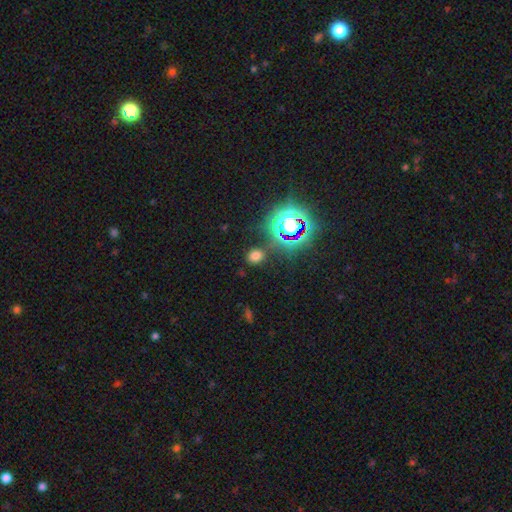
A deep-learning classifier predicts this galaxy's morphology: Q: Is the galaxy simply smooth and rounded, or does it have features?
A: smooth — 64%.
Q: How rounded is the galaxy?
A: round — 66%.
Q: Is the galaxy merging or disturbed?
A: none — 83%.